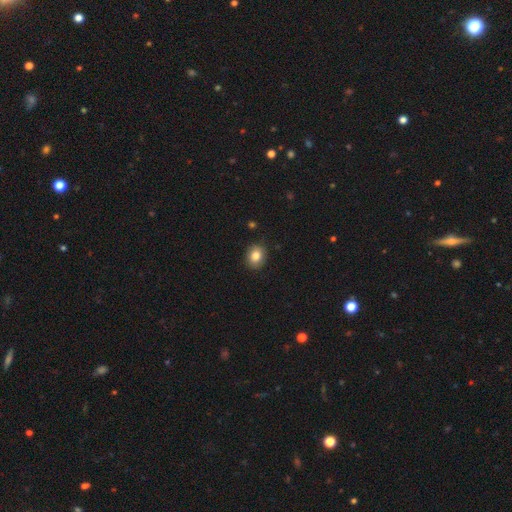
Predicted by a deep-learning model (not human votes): smooth 84%, star or artifact 9%, featured or disk 7%. Down the decision tree: how rounded — round (59%); merging — none (88%).